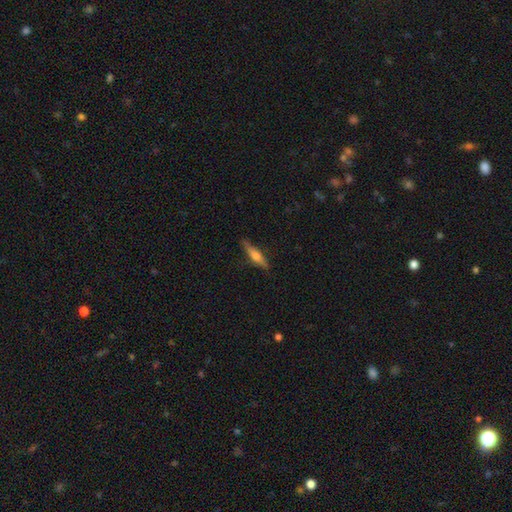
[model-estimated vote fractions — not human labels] Overall: featured or disk (56%; smooth 38%). Edge-on disk: yes (96%). Edge-on bulge: rounded (83%). Merging: none (86%).